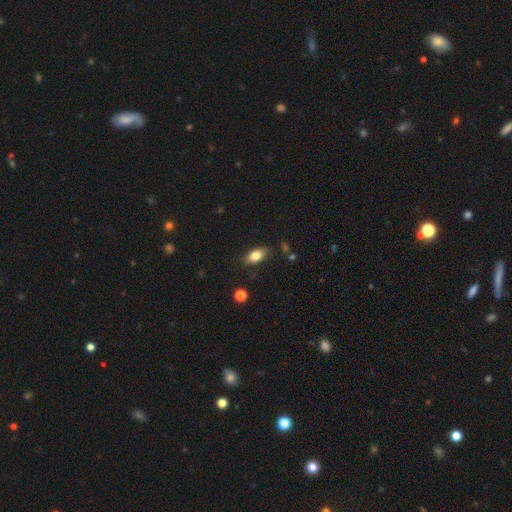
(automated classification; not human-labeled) The model was most divided on "smooth or featured": smooth: 79%, featured or disk: 13%, star or artifact: 8%. More confident: how rounded — in between (88%); merging — none (83%).